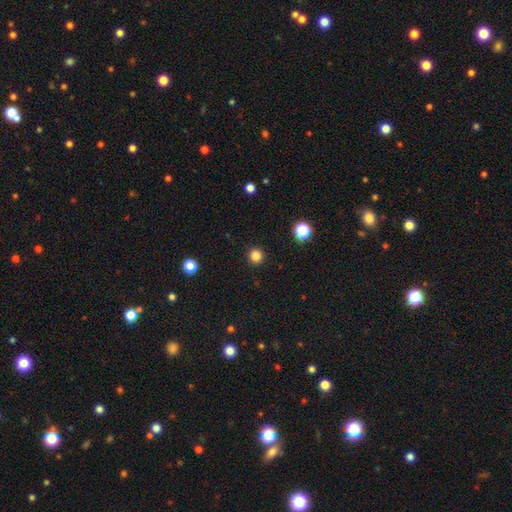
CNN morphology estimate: The model was most divided on "smooth or featured": smooth: 83%, star or artifact: 13%, featured or disk: 4%. More confident: how rounded — round (95%); merging — none (93%).